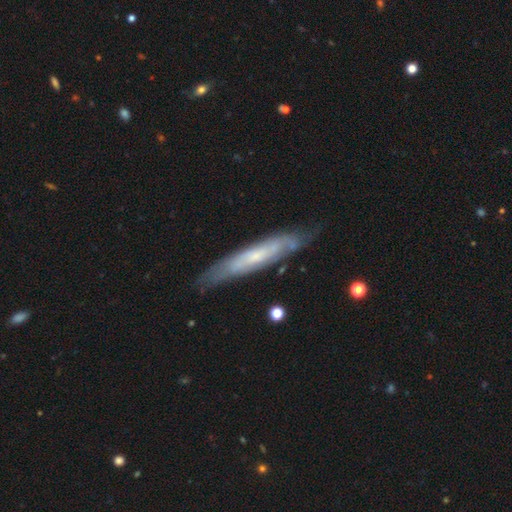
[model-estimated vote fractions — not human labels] Morphology: type=featured or disk (60%); edge-on=yes (57%); merging=none (72%).